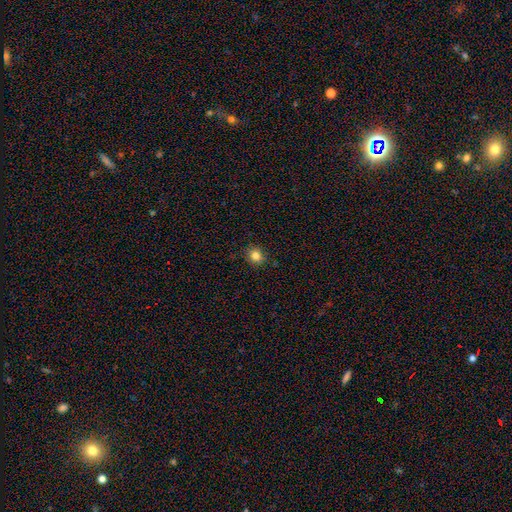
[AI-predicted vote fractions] This is clearly a smooth galaxy (82%). How rounded: clearly round (84%). Merging: clearly none (89%).